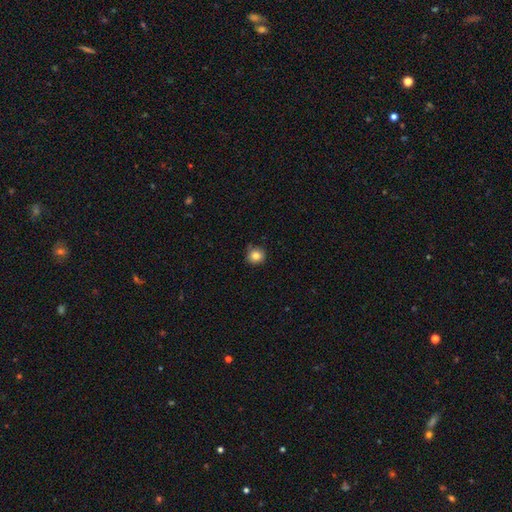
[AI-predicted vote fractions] smooth 82%, star or artifact 11%, featured or disk 8%. Down the decision tree: how rounded — round (92%); merging — none (84%).